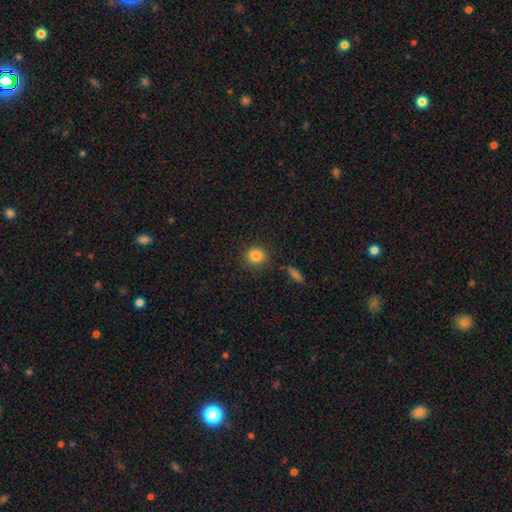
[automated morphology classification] This appears to be a smooth galaxy with no disk features (85%) that is round (87%). Merging: none (87%).